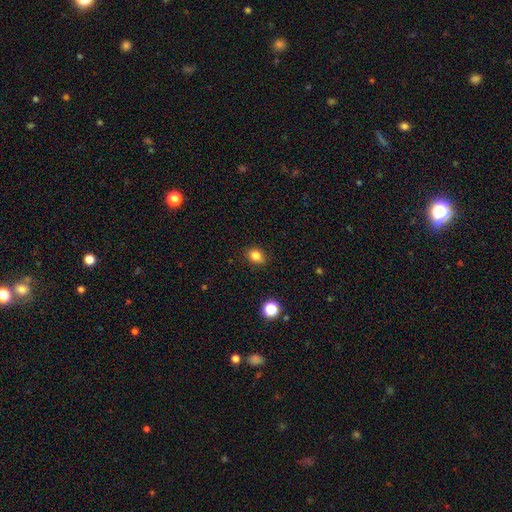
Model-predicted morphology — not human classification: This appears to be a smooth galaxy with no disk features (82%) that is in between round and cigar-shaped (54%). Merging: none (84%).